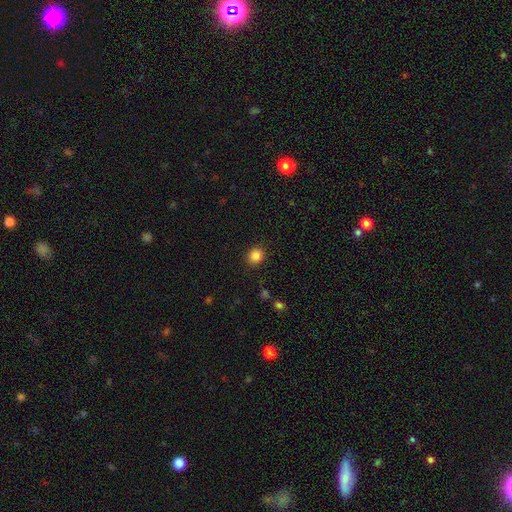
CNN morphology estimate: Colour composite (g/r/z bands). It shows a smooth galaxy with no disk features (85%) that is round (76%). Merging: none (90%).